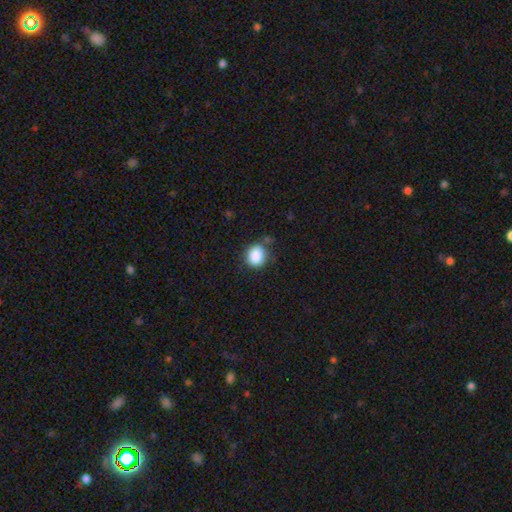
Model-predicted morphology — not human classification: This appears to be a smooth galaxy with no disk features (86%) that is round (74%). Merging: none (76%).